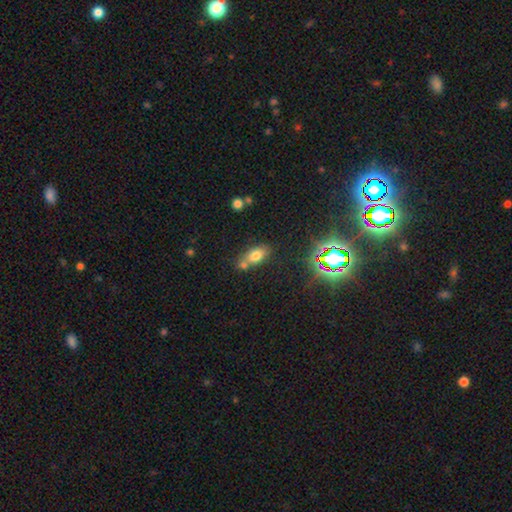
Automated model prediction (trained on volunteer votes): Morphology: type=smooth (72%); roundness=in between (83%); merging=none (53%).